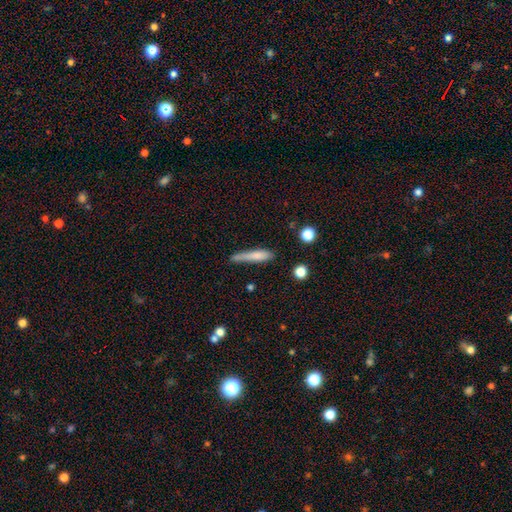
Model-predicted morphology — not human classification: smooth-or-featured: smooth: 72% | featured or disk: 20% | star or artifact: 7%
  how-rounded: cigar-shaped: 88% | in between: 11% | round: 2%
  merging: none: 59% | minor disturbance: 27% | major disturbance: 8% | merger: 6%